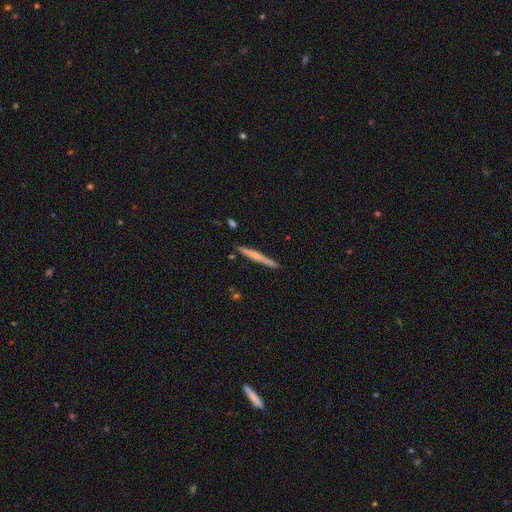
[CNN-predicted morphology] Q: Smooth or featured?
A: smooth (52%); runner-up: featured or disk (42%)
Q: How rounded?
A: cigar-shaped (97%); runner-up: in between (2%)
Q: Merging?
A: none (89%); runner-up: minor disturbance (8%)